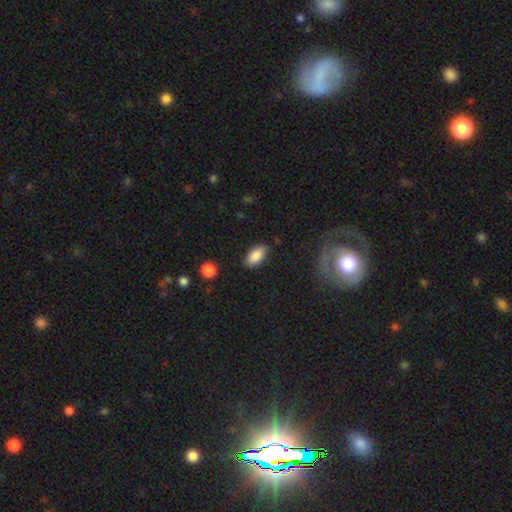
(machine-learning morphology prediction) Overall: smooth (87%). How rounded: in between (92%). Merging: none (85%).